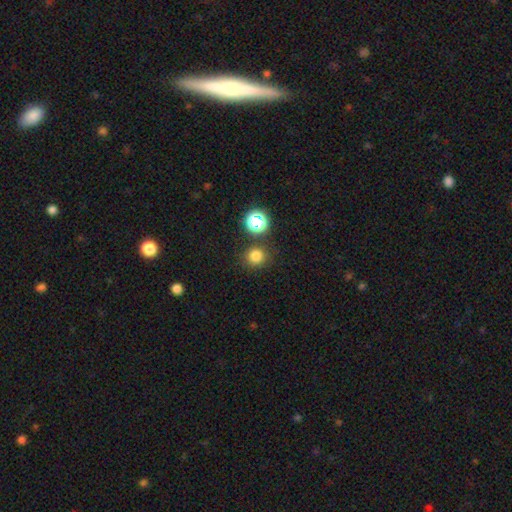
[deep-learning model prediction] Overall: smooth (77%). How rounded: round (91%). Merging: none (83%).